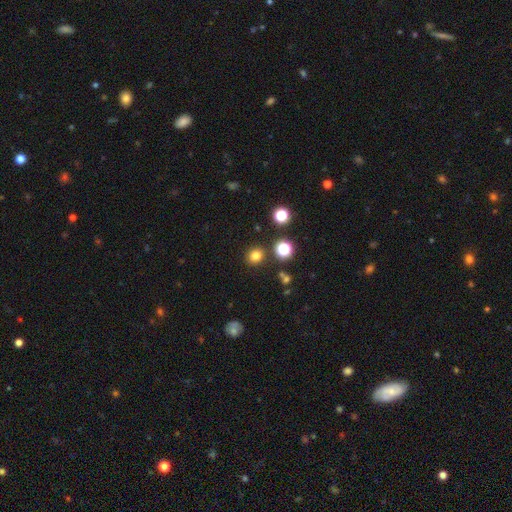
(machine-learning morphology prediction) A smooth galaxy with no disk features (79%) that is round (84%).

Vote fractions:
- Smooth or featured? smooth: 79% / star or artifact: 16% / featured or disk: 5%
- How rounded? round: 84% / in between: 15% / cigar-shaped: 1%
- Merging? none: 88% / minor disturbance: 6% / merger: 3% / major disturbance: 2%